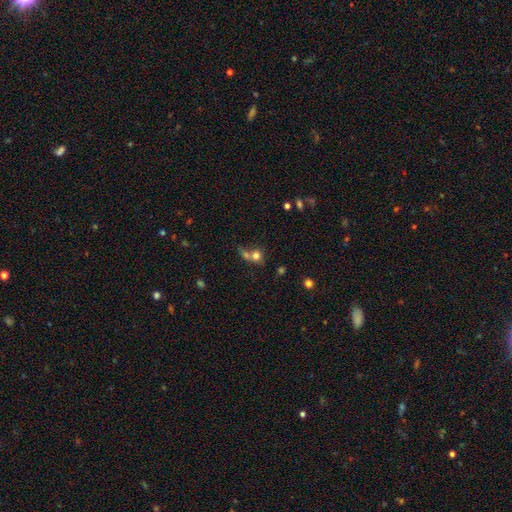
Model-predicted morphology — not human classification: type=smooth (72%); roundness=round (78%); merging=merger (54%).